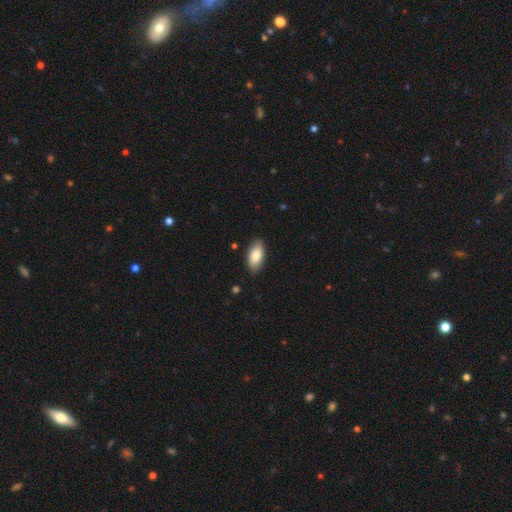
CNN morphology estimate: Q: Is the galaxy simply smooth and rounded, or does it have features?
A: smooth — 84%.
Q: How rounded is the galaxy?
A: in between — 93%.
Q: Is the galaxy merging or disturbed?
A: none — 87%.